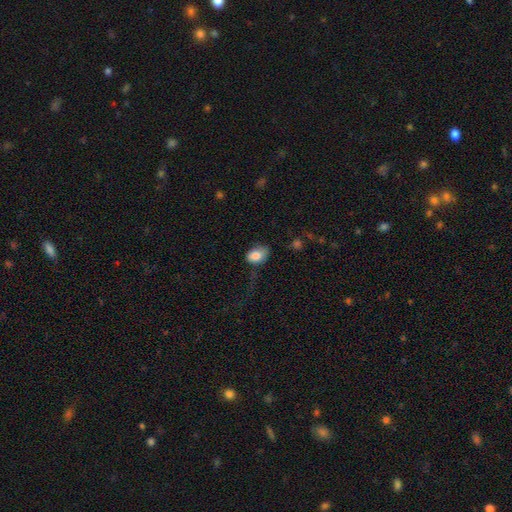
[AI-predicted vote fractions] Morphology: type=smooth (83%); roundness=in between (80%); merging=none (46%).